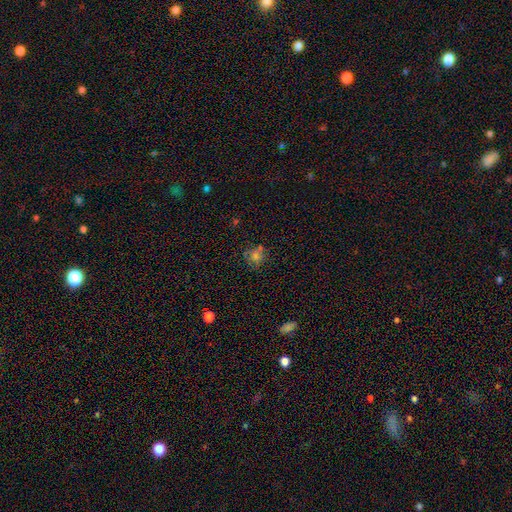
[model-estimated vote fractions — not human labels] Smooth or featured: smooth — 55% (star or artifact — 32%)
How rounded: round — 86% (in between — 12%)
Merging: none — 75% (minor disturbance — 13%)